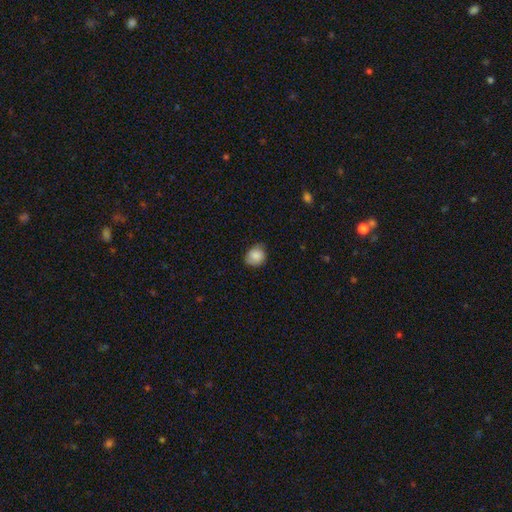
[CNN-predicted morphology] Smooth or featured?
  - smooth: 81% *
  - featured or disk: 11%
  - star or artifact: 8%
How rounded?
  - round: 65% *
  - in between: 34%
  - cigar-shaped: 1%
Merging?
  - none: 72% *
  - minor disturbance: 23%
  - major disturbance: 4%
  - merger: 1%